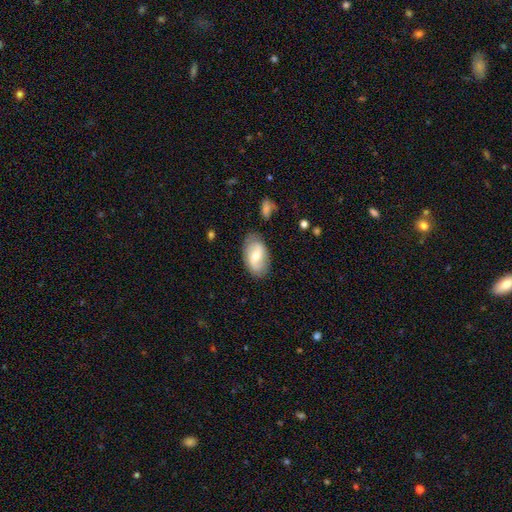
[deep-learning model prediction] Morphology: type=featured or disk (48%); merging=none (78%).